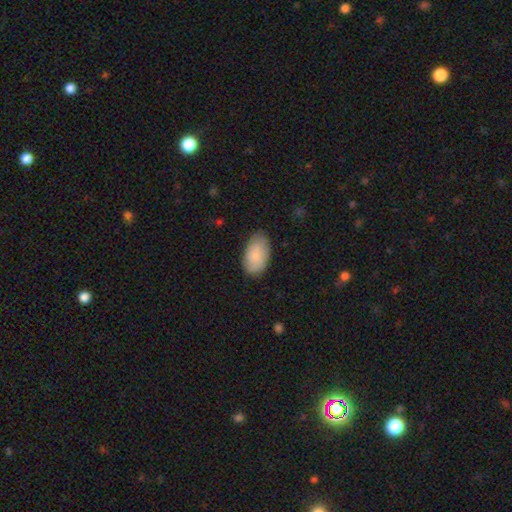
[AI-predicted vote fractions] Smooth or featured? smooth (84%)
How rounded? in between (94%)
Merging? none (76%)